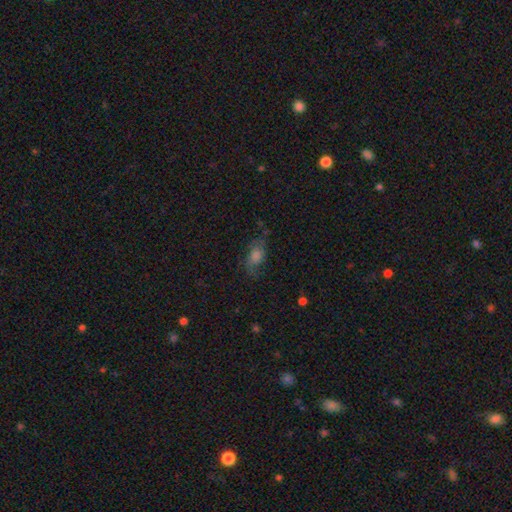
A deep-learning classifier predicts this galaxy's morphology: type=smooth (46%); merging=none (62%).